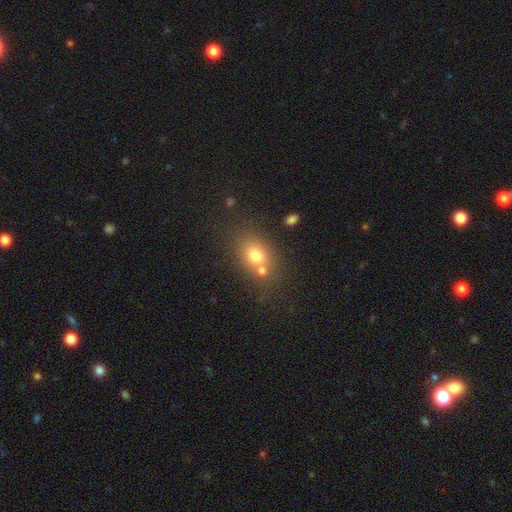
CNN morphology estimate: The model was most divided on "how rounded": in between: 55%, round: 43%, cigar-shaped: 2%. More confident: smooth or featured — smooth (73%); merging — none (55%).